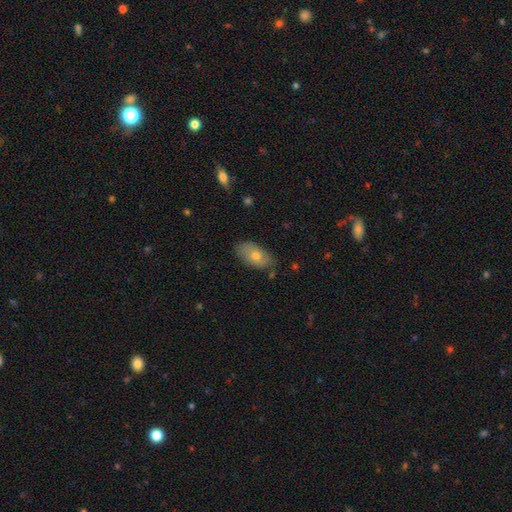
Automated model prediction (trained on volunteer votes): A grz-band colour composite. It shows a smooth galaxy with no disk features (68%) that is in between round and cigar-shaped (92%). Merging: none (80%).